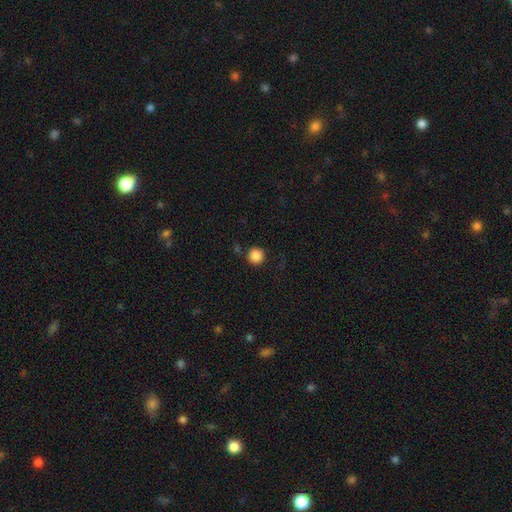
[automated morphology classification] Q: Smooth or featured?
A: smooth (87%); runner-up: star or artifact (10%)
Q: How rounded?
A: round (96%); runner-up: in between (3%)
Q: Merging?
A: none (88%); runner-up: minor disturbance (6%)